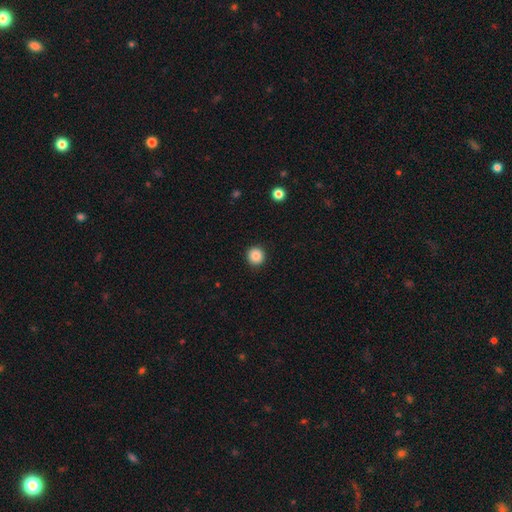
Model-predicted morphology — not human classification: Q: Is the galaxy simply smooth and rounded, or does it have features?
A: smooth — 87%.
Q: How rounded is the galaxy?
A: round — 94%.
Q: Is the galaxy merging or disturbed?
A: none — 92%.